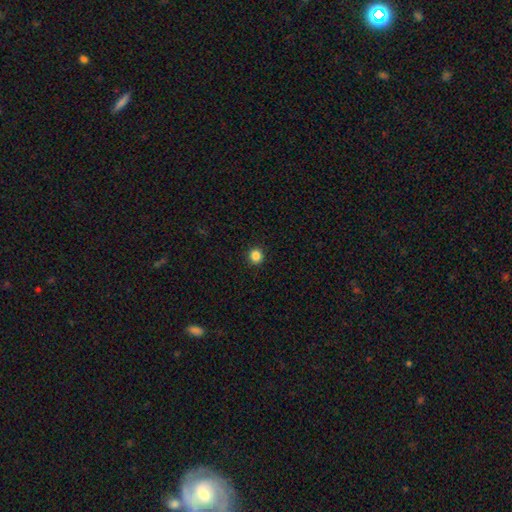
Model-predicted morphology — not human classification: smooth 85%, star or artifact 11%, featured or disk 3%. Down the decision tree: how rounded — round (93%); merging — none (93%).